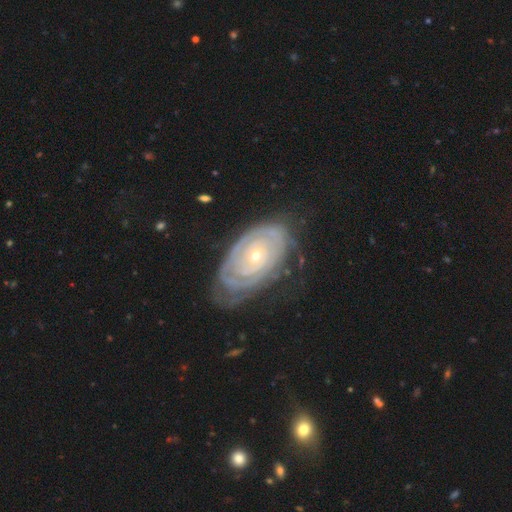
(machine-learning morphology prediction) Smooth or featured: featured or disk — 84% (smooth — 11%)
Edge-on disk: no — 95% (yes — 5%)
Bar: no — 81% (weak — 14%)
Spiral arms: yes — 89% (no — 11%)
Spiral winding: tight — 84% (medium — 12%)
Spiral arm count: can't tell — 46% (2 — 21%)
Bulge size: small — 71% (moderate — 26%)
Merging: none — 64% (minor disturbance — 23%)